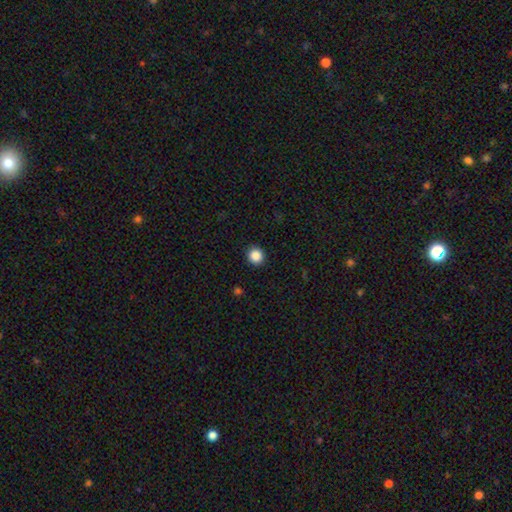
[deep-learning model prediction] Overall: smooth (87%). How rounded: round (92%). Merging: none (92%).